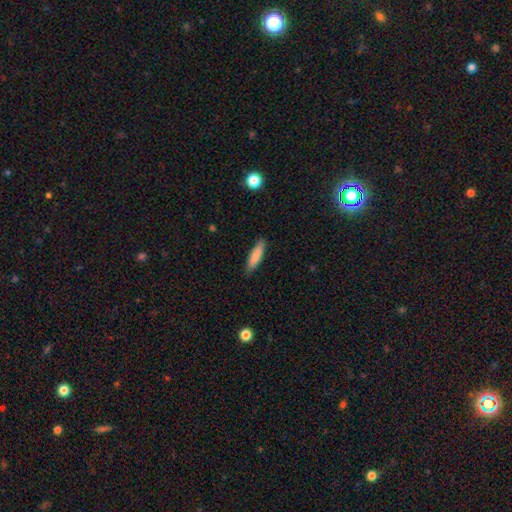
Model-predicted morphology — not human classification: Smooth or featured?
  - smooth: 84% *
  - featured or disk: 10%
  - star or artifact: 6%
How rounded?
  - cigar-shaped: 71% *
  - in between: 28%
  - round: 1%
Merging?
  - none: 87% *
  - minor disturbance: 10%
  - major disturbance: 2%
  - merger: 1%